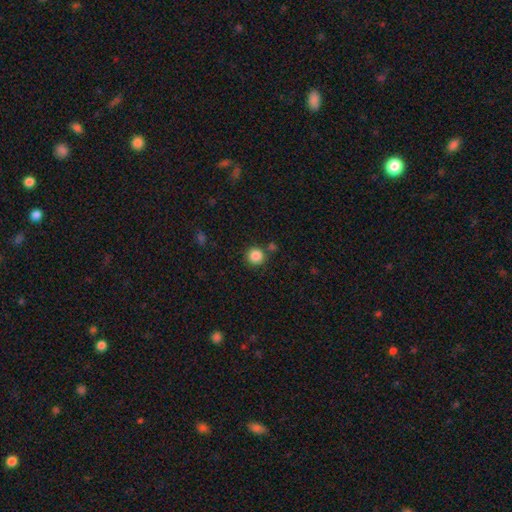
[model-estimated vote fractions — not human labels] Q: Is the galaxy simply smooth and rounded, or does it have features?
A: smooth — 87%.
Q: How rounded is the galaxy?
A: round — 95%.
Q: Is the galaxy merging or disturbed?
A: none — 84%.